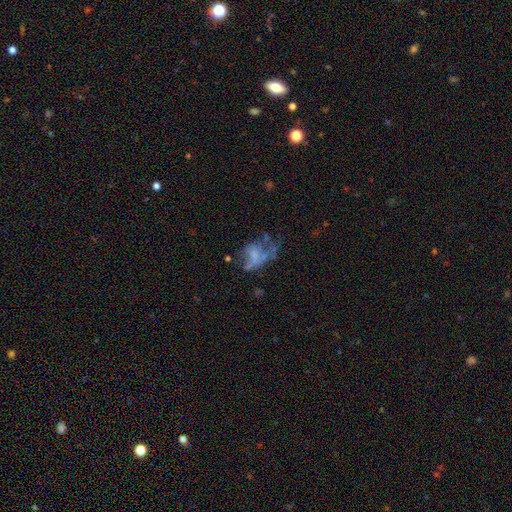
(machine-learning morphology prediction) A featured or disk galaxy (48%).

Vote fractions:
- Smooth or featured? featured or disk: 48% / smooth: 38% / star or artifact: 14%
- Merging? major disturbance: 43% / none: 24% / minor disturbance: 20% / merger: 13%